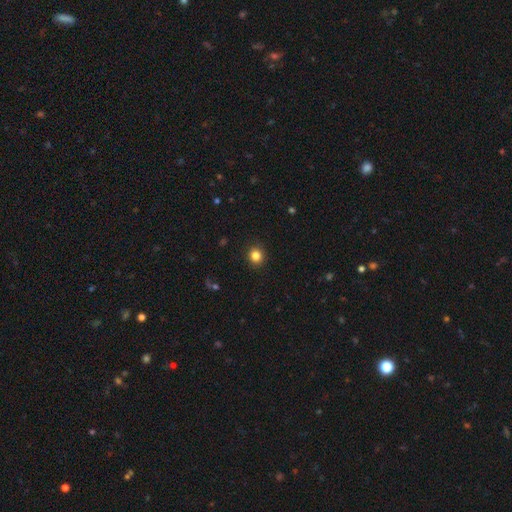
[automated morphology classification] Smooth or featured: smooth — 83% (star or artifact — 12%)
How rounded: round — 87% (in between — 12%)
Merging: none — 92% (minor disturbance — 6%)